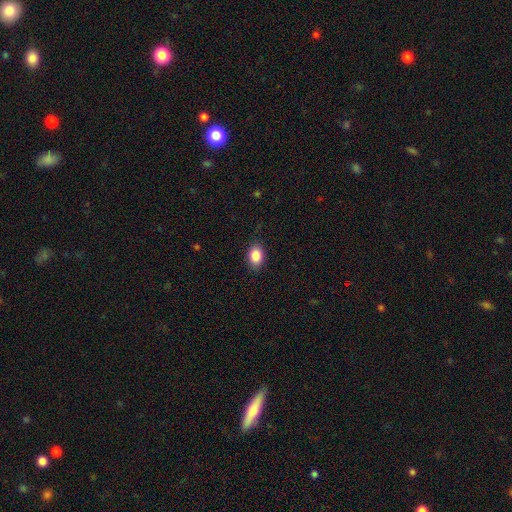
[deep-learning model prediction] A smooth galaxy with no disk features (87%) that is in between round and cigar-shaped (78%). Merging: none (86%).